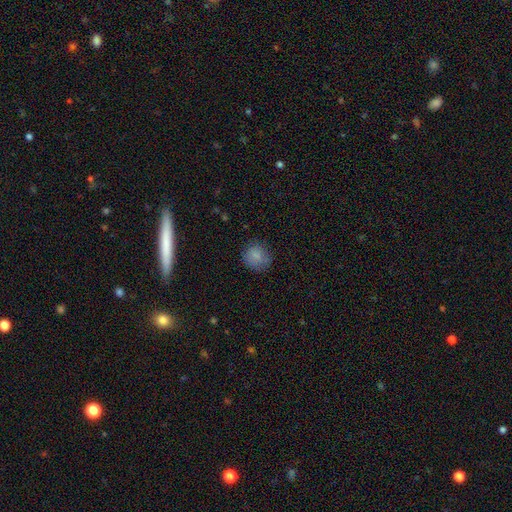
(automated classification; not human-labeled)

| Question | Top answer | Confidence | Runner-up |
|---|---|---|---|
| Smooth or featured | smooth | 82% | star or artifact (10%) |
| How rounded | round | 83% | in between (16%) |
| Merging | none | 77% | minor disturbance (17%) |